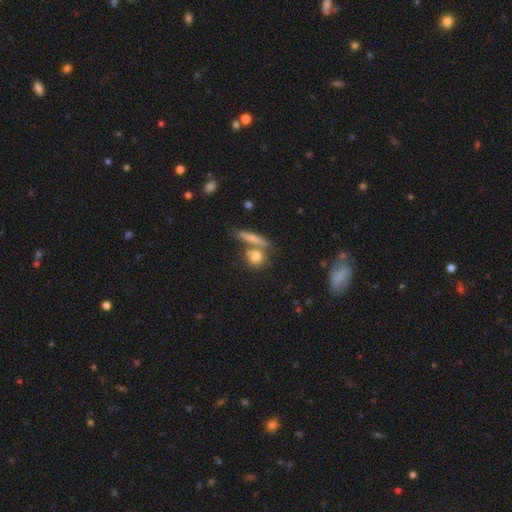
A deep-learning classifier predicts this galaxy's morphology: type=smooth (78%); roundness=round (72%); merging=none (61%).